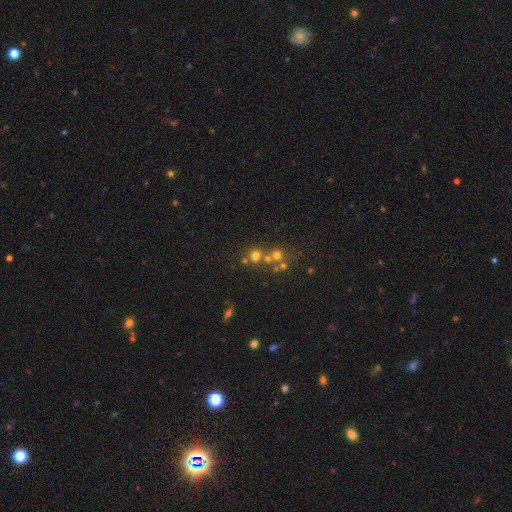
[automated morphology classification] A smooth galaxy with no disk features (61%) that is round (84%). Merging: none (52%).